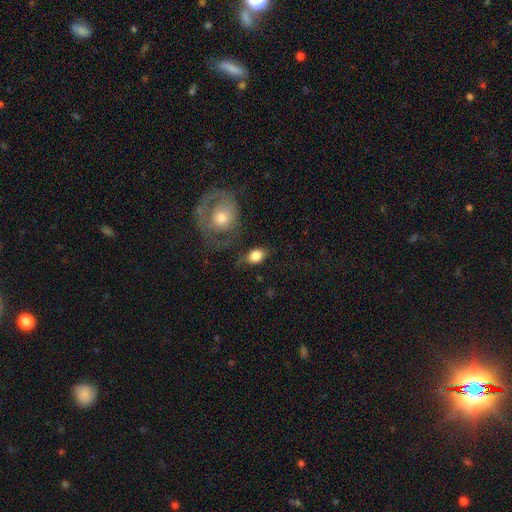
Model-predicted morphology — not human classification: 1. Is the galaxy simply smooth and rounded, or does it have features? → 81% smooth, 12% featured or disk, 8% star or artifact.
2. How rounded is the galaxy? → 73% in between, 25% round, 2% cigar-shaped.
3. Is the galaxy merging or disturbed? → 60% none, 21% minor disturbance, 12% major disturbance, 7% merger.